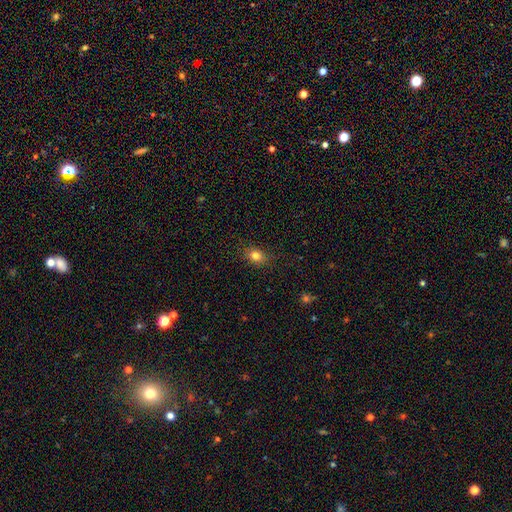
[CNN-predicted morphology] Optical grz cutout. It shows a smooth galaxy with no disk features (81%) that is in between round and cigar-shaped (59%). Merging: none (84%).